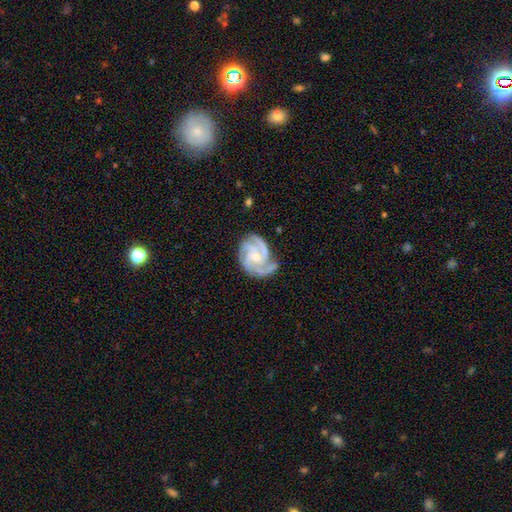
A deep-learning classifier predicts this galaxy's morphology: This is clearly a featured or disk galaxy (92%). It is clearly not viewed edge-on (98%). Bar: likely no (66%). Spiral arm pattern: clearly yes (99%). Spiral arm count: possibly 3 (58%). Spiral winding: possibly tight (58%). Central bulge: possibly small (56%). Merging: likely none (75%).